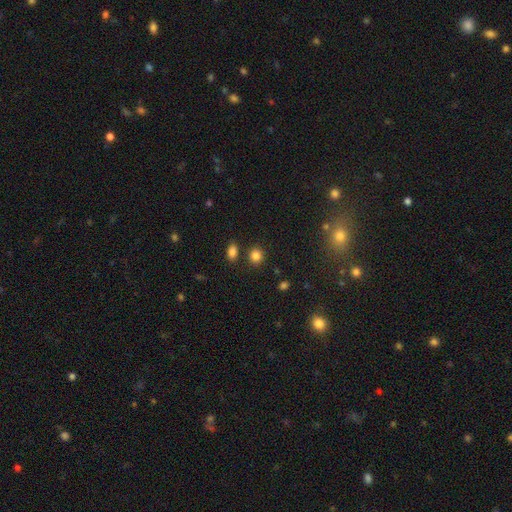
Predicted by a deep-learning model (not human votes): smooth-or-featured: smooth: 83% | star or artifact: 12% | featured or disk: 4%
  how-rounded: round: 80% | in between: 19% | cigar-shaped: 1%
  merging: none: 80% | minor disturbance: 9% | merger: 9% | major disturbance: 3%